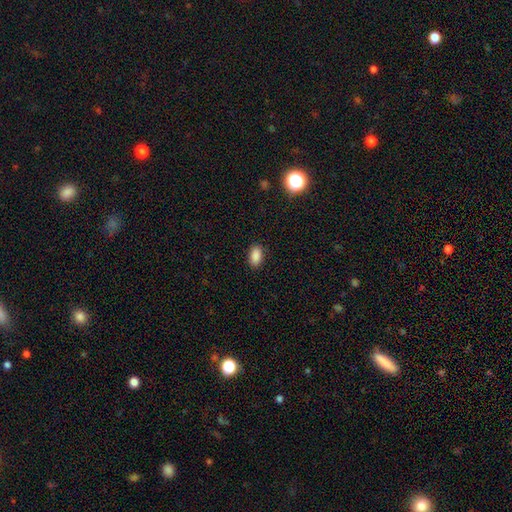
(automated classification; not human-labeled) smooth_or_featured: smooth (p=0.89) [alt: star or artifact p=0.08]
how_rounded: in between (p=0.92) [alt: round p=0.04]
merging: none (p=0.89) [alt: minor disturbance p=0.08]